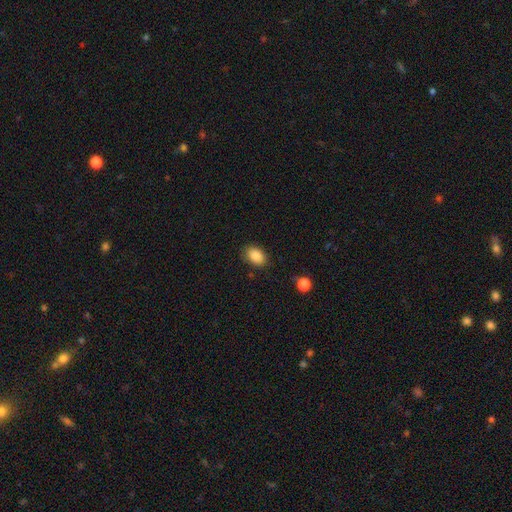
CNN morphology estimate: Smooth or featured: smooth — 87% (star or artifact — 8%)
How rounded: in between — 84% (round — 15%)
Merging: none — 83% (minor disturbance — 13%)